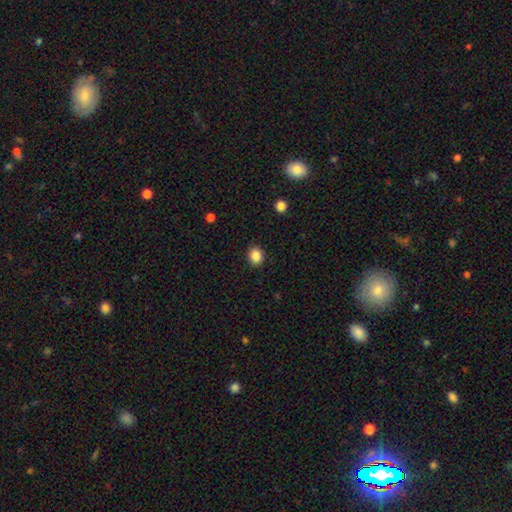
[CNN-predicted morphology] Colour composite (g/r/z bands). It shows a smooth galaxy with no disk features (86%) that is round (65%). Merging: none (89%).